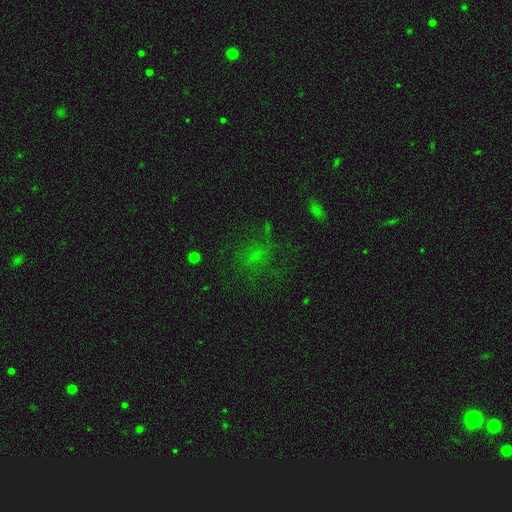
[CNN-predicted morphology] Smooth or featured?
  - smooth: 42% *
  - star or artifact: 39%
  - featured or disk: 19%
Merging?
  - none: 59% *
  - major disturbance: 21%
  - minor disturbance: 17%
  - merger: 3%